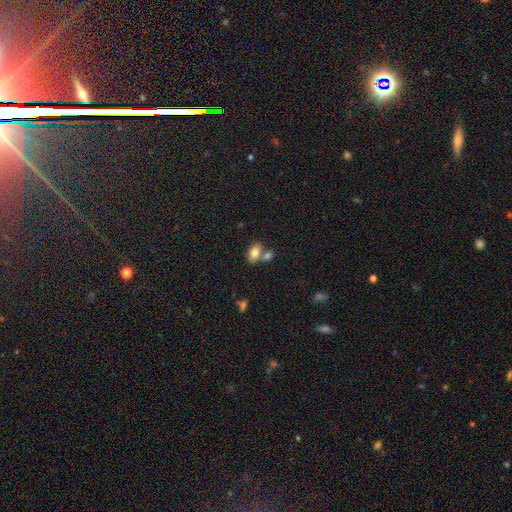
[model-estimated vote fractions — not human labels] This is likely a smooth galaxy (65%). How rounded: likely in between (71%). Merging: possibly none (52%).